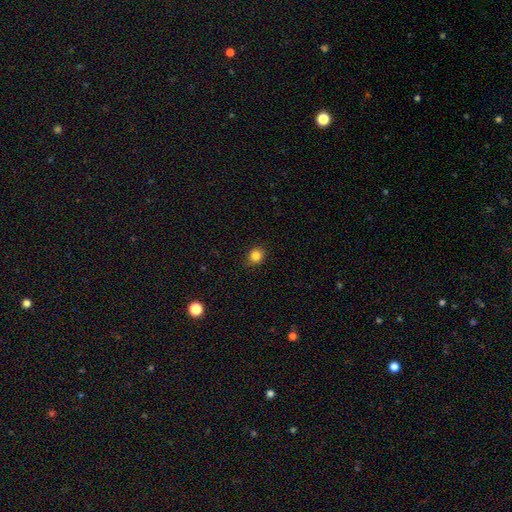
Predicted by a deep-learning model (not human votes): Overall: smooth (85%). How rounded: round (73%). Merging: none (86%).